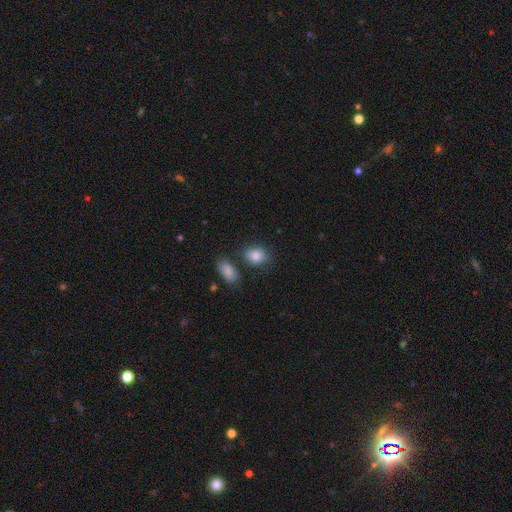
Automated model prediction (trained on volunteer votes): The model was most divided on "how rounded": in between: 61%, round: 38%, cigar-shaped: 2%. More confident: smooth or featured — smooth (83%); merging — none (67%).